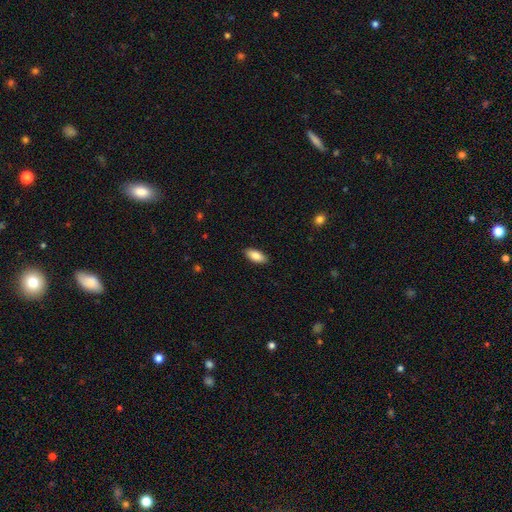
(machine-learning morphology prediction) Smooth or featured? Predicted: smooth (p=0.87). How rounded? Predicted: in between (p=0.86). Merging? Predicted: none (p=0.89).